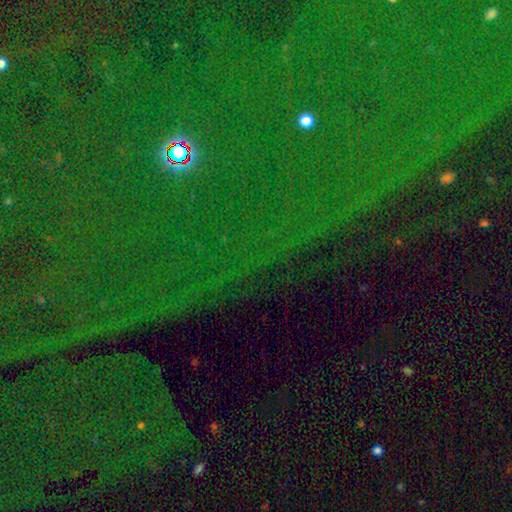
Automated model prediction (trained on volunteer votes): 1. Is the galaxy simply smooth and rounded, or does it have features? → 83% star or artifact, 9% smooth, 8% featured or disk.